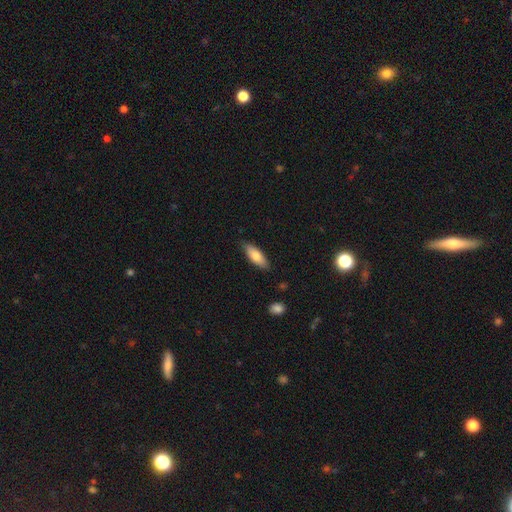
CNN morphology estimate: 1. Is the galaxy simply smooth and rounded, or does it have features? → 76% smooth, 18% featured or disk, 6% star or artifact.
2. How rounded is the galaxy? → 65% in between, 33% cigar-shaped, 2% round.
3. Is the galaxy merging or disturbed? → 83% none, 13% minor disturbance, 2% major disturbance, 1% merger.